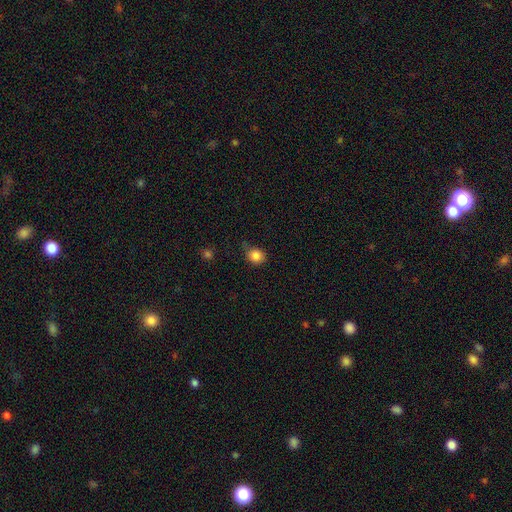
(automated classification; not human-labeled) Overall: smooth (85%). How rounded: round (75%). Merging: none (68%).